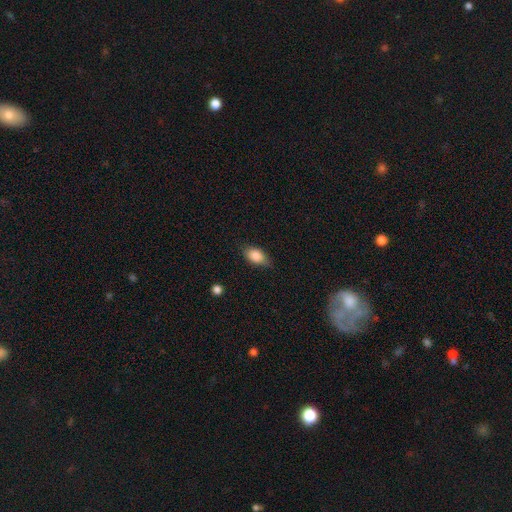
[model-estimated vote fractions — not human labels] Smooth or featured? Predicted: smooth (p=0.86). How rounded? Predicted: in between (p=0.88). Merging? Predicted: none (p=0.73).